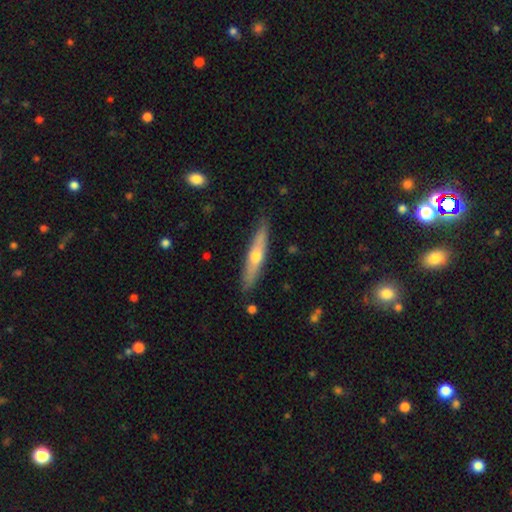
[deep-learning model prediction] Overall: featured or disk (57%; smooth 38%). Edge-on disk: yes (91%). Edge-on bulge: rounded (87%). Merging: none (87%).